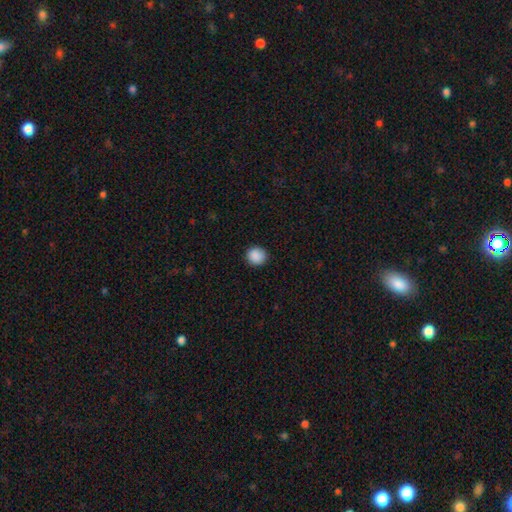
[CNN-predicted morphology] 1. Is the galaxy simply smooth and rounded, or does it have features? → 89% smooth, 8% star or artifact, 3% featured or disk.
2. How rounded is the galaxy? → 89% round, 10% in between, 1% cigar-shaped.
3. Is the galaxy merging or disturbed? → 90% none, 7% minor disturbance, 2% major disturbance, 1% merger.